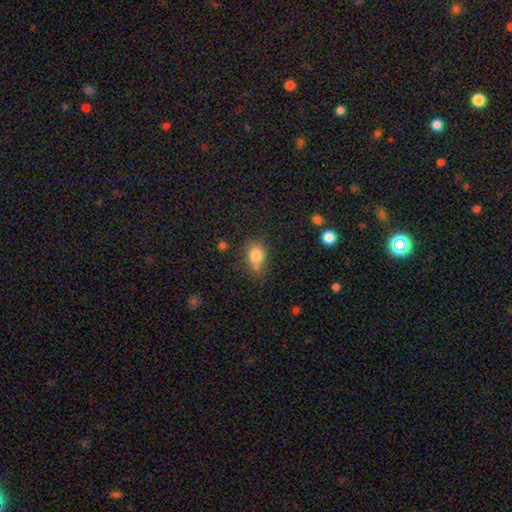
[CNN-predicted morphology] This appears to be a smooth galaxy with no disk features (81%) that is in between round and cigar-shaped (61%). Merging: none (55%).